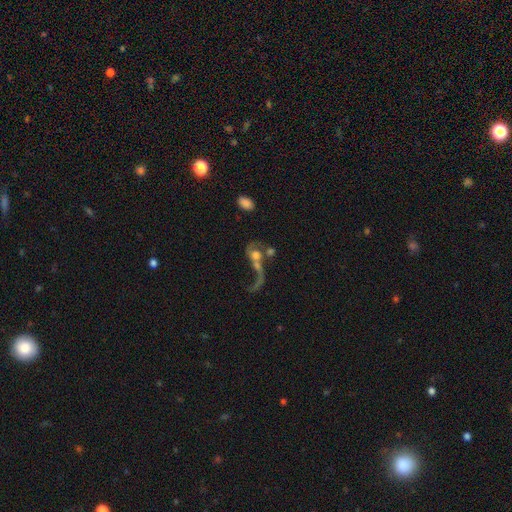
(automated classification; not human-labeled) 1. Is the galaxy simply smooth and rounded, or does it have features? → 60% featured or disk, 28% smooth, 12% star or artifact.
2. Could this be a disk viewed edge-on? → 95% no, 5% yes.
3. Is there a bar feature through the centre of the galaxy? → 74% no, 20% weak, 6% strong.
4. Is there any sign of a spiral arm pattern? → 65% yes, 35% no.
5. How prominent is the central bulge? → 46% moderate, 25% small, 14% large, 11% none, 4% dominant.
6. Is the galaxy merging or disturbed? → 50% merger, 26% major disturbance, 16% none, 8% minor disturbance.